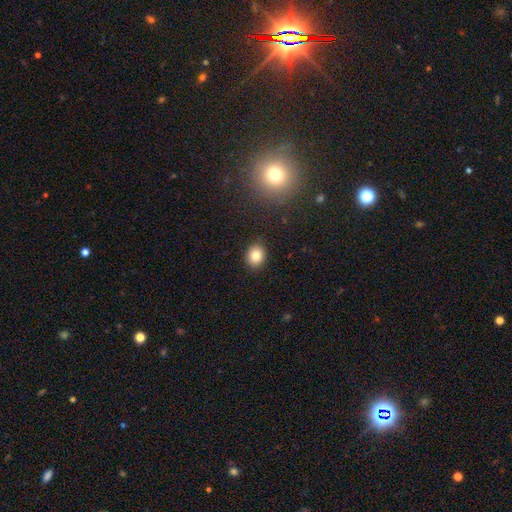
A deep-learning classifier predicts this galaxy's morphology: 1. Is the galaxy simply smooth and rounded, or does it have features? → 82% smooth, 11% star or artifact, 7% featured or disk.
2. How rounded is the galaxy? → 68% round, 31% in between, 1% cigar-shaped.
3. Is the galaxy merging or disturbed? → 89% none, 7% minor disturbance, 2% major disturbance, 1% merger.